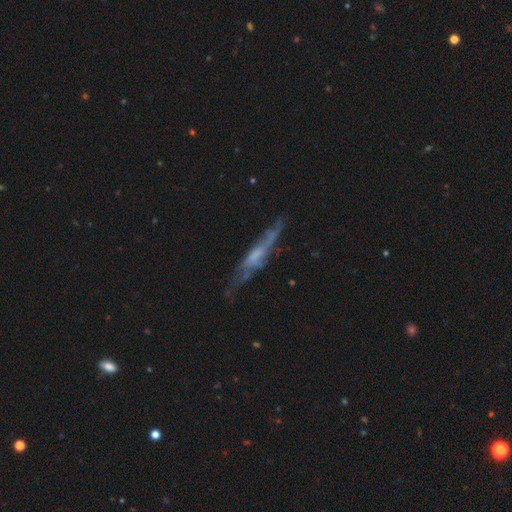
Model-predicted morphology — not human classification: A featured or disk galaxy (64%) viewed edge-on (63%). Merging: none (54%).